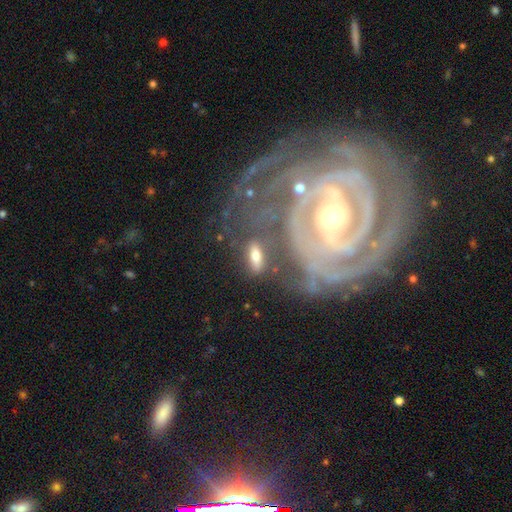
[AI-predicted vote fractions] Q: Smooth or featured?
A: smooth (60%); runner-up: featured or disk (31%)
Q: How rounded?
A: in between (74%); runner-up: cigar-shaped (21%)
Q: Merging?
A: none (61%); runner-up: minor disturbance (17%)